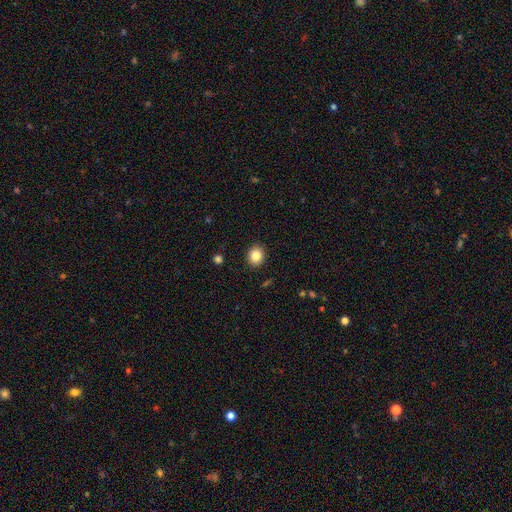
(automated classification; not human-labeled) Smooth or featured?
  - smooth: 84% *
  - star or artifact: 10%
  - featured or disk: 7%
How rounded?
  - round: 68% *
  - in between: 32%
  - cigar-shaped: 1%
Merging?
  - none: 91% *
  - minor disturbance: 6%
  - major disturbance: 2%
  - merger: 1%